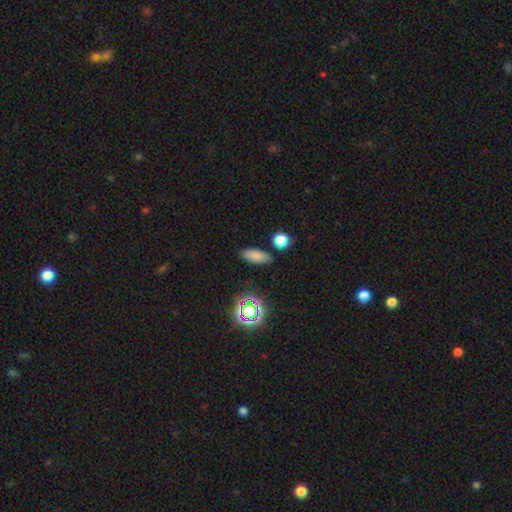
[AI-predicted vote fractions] This appears to be a smooth galaxy with no disk features (79%) that is in between round and cigar-shaped (77%). Merging: none (84%).